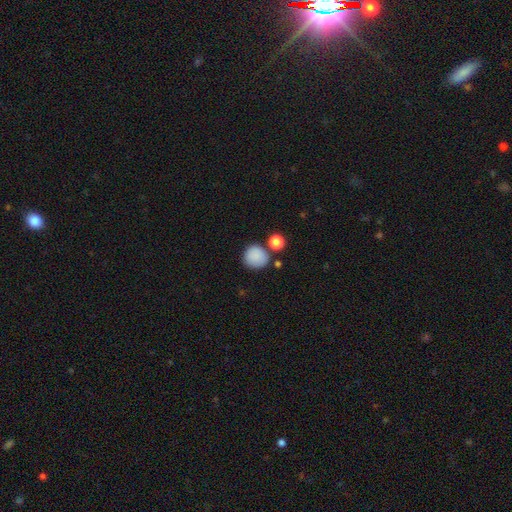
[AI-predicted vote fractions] Smooth or featured? smooth (86%)
How rounded? round (88%)
Merging? none (75%)